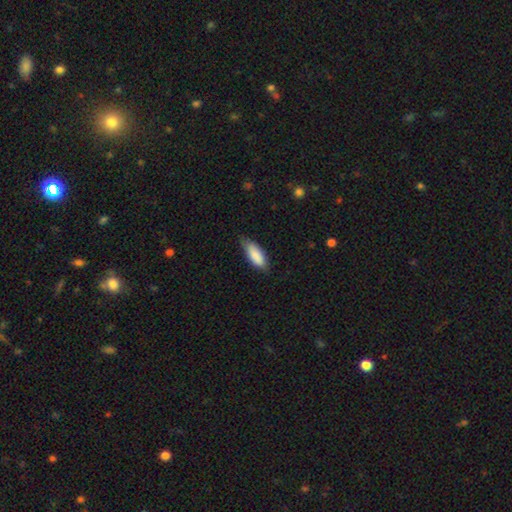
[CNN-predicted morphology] type=smooth (86%); roundness=in between (76%); merging=none (67%).